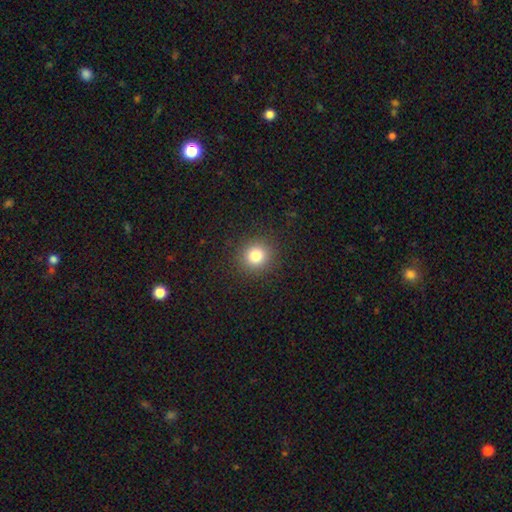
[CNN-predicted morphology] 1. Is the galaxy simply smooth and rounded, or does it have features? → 81% smooth, 13% star or artifact, 6% featured or disk.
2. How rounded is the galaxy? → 89% round, 10% in between, 1% cigar-shaped.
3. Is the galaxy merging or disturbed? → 91% none, 6% minor disturbance, 2% major disturbance, 1% merger.